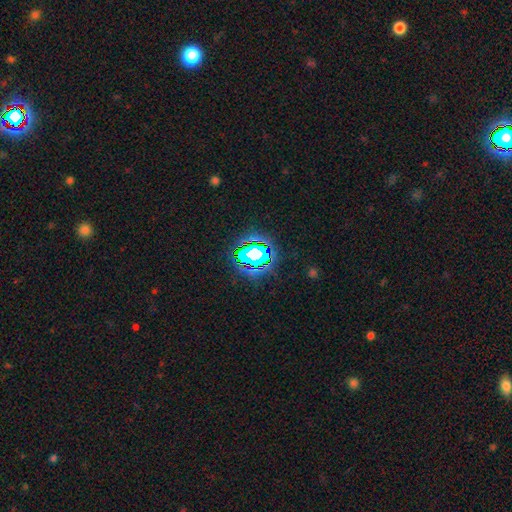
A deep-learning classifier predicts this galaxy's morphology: A star or artifact, not a galaxy (66%).

Vote fractions:
- Smooth or featured? star or artifact: 66% / smooth: 20% / featured or disk: 15%